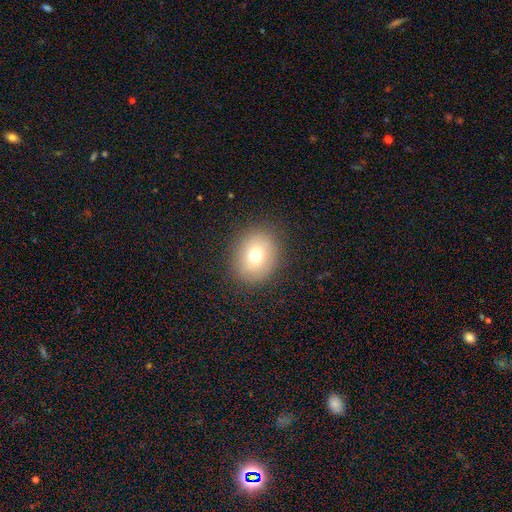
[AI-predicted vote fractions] Smooth or featured? Predicted: smooth (p=0.72). How rounded? Predicted: round (p=0.65). Merging? Predicted: none (p=0.86).